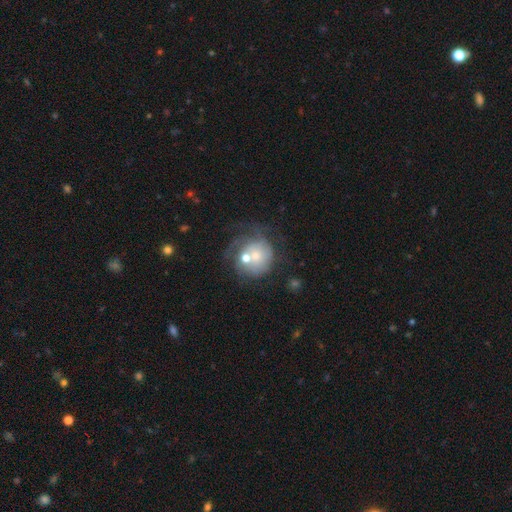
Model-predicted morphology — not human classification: Overall: featured or disk (51%; smooth 40%). Edge-on disk: no (98%). Merging: none (34%; merger 32%).